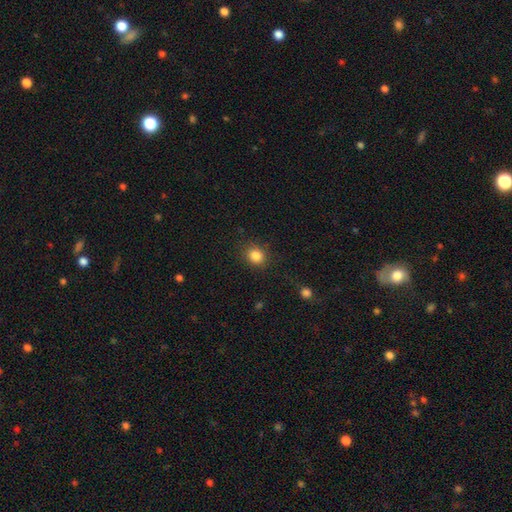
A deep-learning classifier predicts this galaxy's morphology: This is clearly a smooth galaxy (85%). How rounded: likely round (76%). Merging: clearly none (86%).